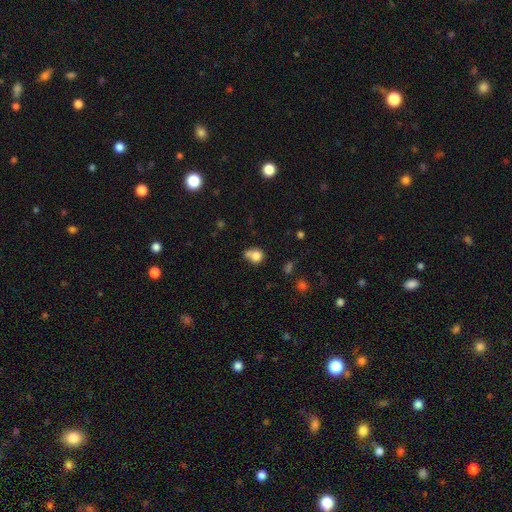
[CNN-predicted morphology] Q: Smooth or featured?
A: smooth (79%); runner-up: star or artifact (11%)
Q: How rounded?
A: round (71%); runner-up: in between (28%)
Q: Merging?
A: none (39%); runner-up: merger (34%)